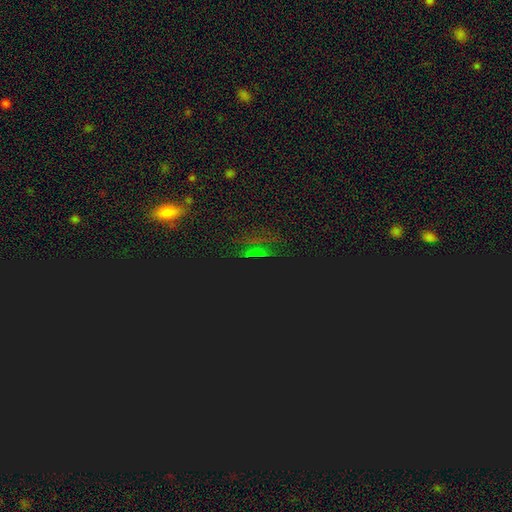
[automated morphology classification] The model was most divided on "smooth or featured": star or artifact: 76%, smooth: 15%, featured or disk: 9%.